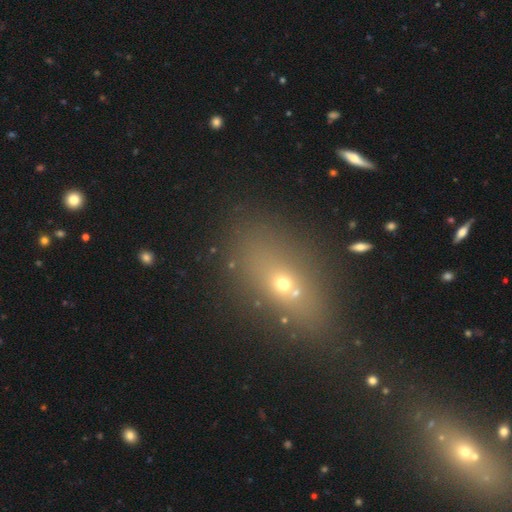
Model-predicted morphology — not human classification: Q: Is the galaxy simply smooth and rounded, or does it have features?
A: smooth — 49%.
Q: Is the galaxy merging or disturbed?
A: none — 69%.